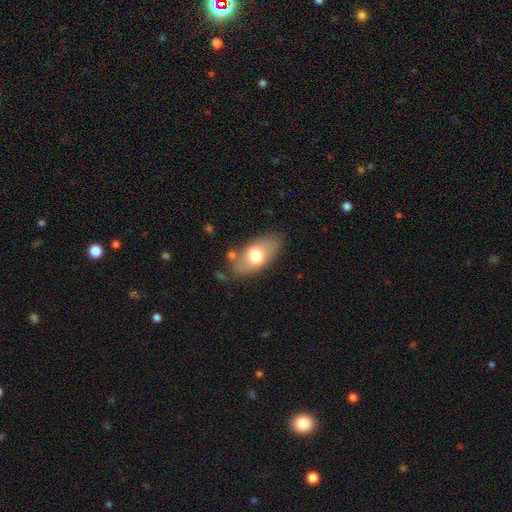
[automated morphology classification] A smooth galaxy with no disk features (68%) that is in between round and cigar-shaped (90%). Merging: none (75%).